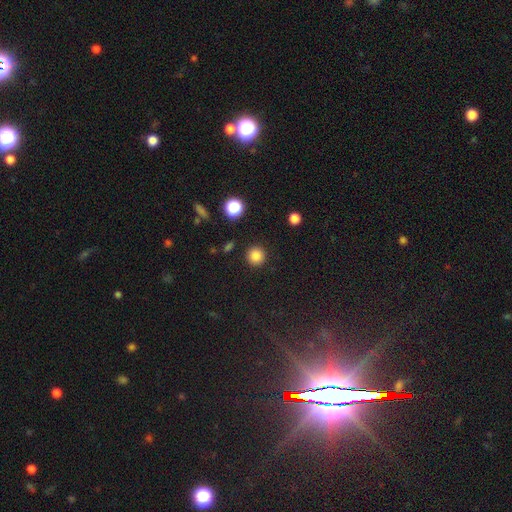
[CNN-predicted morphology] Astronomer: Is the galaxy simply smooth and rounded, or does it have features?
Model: smooth — 84%.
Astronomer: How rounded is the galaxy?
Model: round — 94%.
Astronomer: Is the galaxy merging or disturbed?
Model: none — 90%.